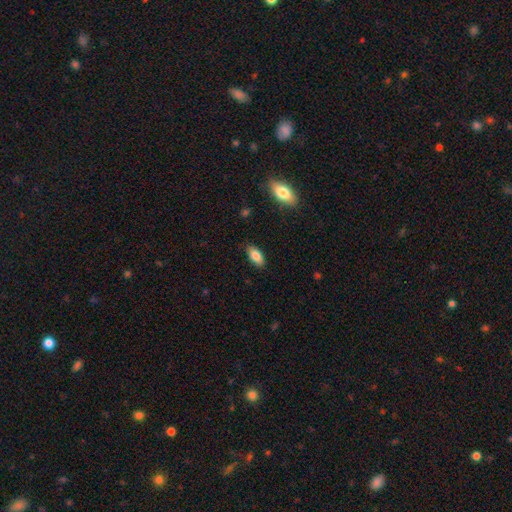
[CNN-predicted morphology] A smooth galaxy with no disk features (84%) that is in between round and cigar-shaped (89%). Merging: none (85%).